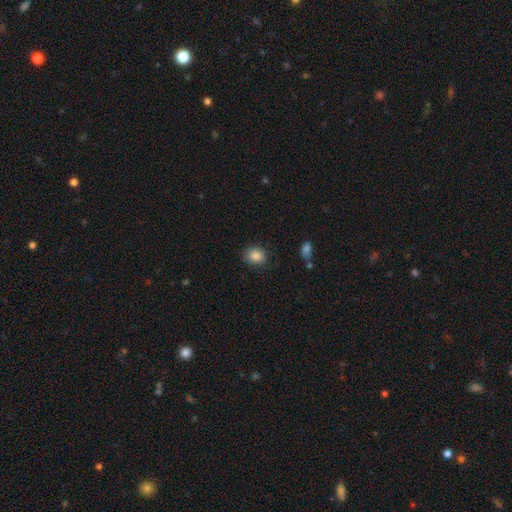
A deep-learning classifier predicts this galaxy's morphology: A smooth galaxy with no disk features (86%) that is round (56%). Merging: none (81%).